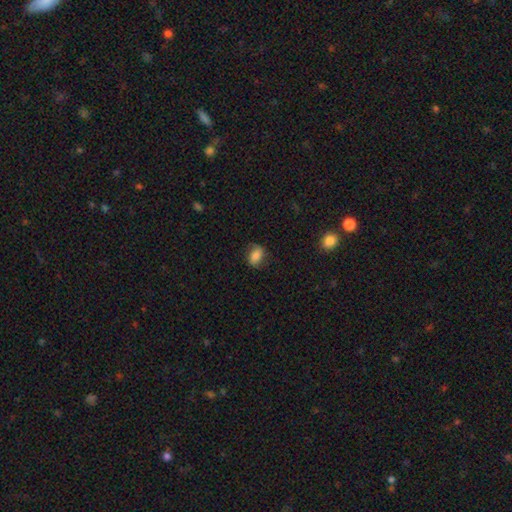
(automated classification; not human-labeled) Smooth or featured? Predicted: smooth (p=0.74). How rounded? Predicted: in between (p=0.71). Merging? Predicted: none (p=0.70).